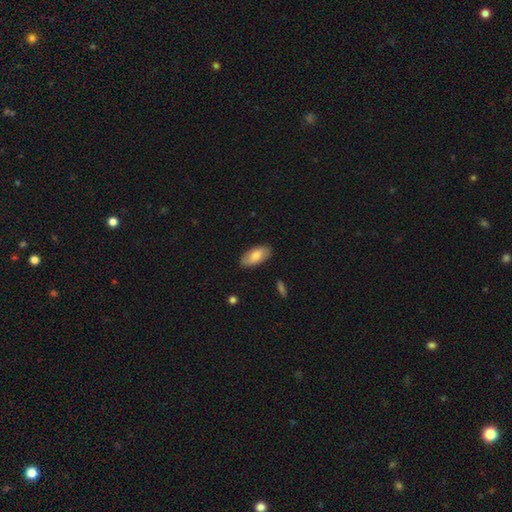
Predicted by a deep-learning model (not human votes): This is likely a smooth galaxy (75%). How rounded: clearly in between (92%). Merging: clearly none (85%).